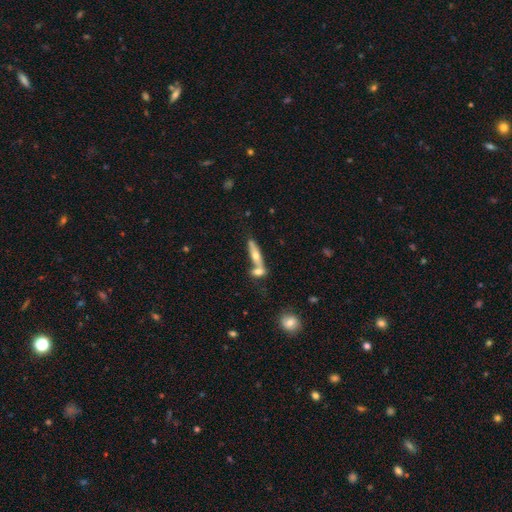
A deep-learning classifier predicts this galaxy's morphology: A featured or disk galaxy (47%). Merging: none (46%).